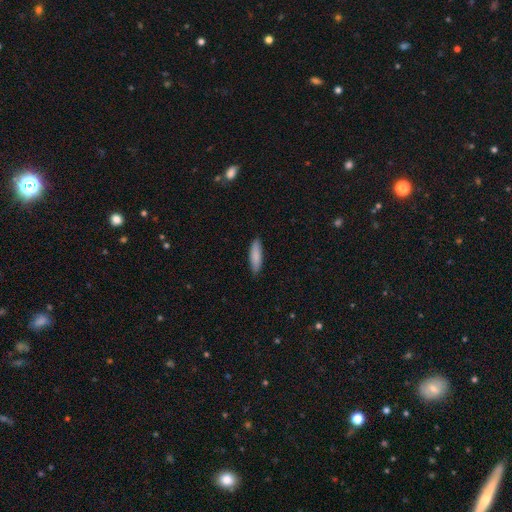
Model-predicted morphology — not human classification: Q: Smooth or featured?
A: smooth (86%); runner-up: featured or disk (8%)
Q: How rounded?
A: cigar-shaped (66%); runner-up: in between (33%)
Q: Merging?
A: none (88%); runner-up: minor disturbance (10%)